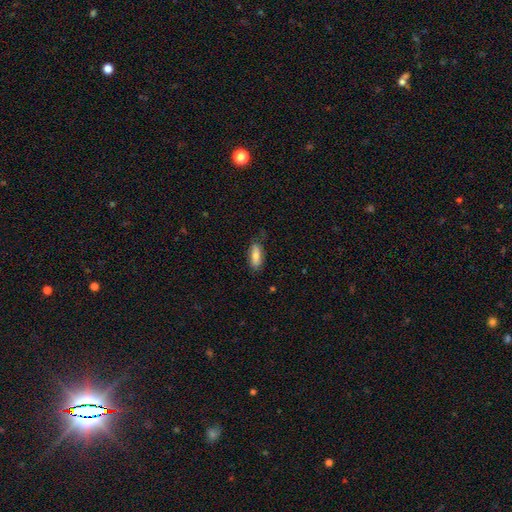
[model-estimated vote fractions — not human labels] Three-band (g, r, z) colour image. It shows a smooth galaxy with no disk features (77%) that is in between round and cigar-shaped (70%). Merging: none (74%).